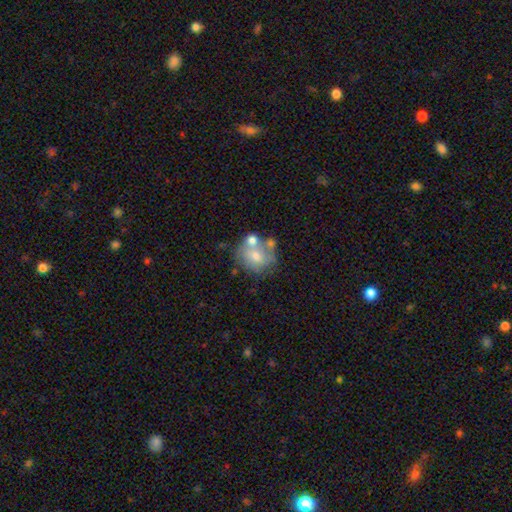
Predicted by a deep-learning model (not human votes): This is possibly a smooth galaxy (51%). How rounded: likely round (73%). Merging: marginally none (44%).